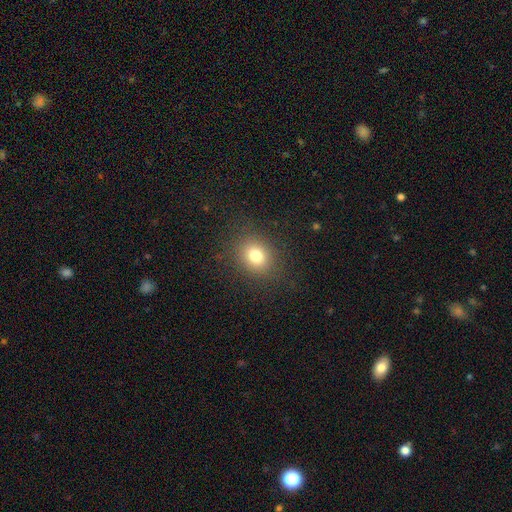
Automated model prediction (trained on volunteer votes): smooth_or_featured: smooth (p=0.78) [alt: star or artifact p=0.14]
how_rounded: round (p=0.63) [alt: in between p=0.36]
merging: none (p=0.87) [alt: minor disturbance p=0.08]